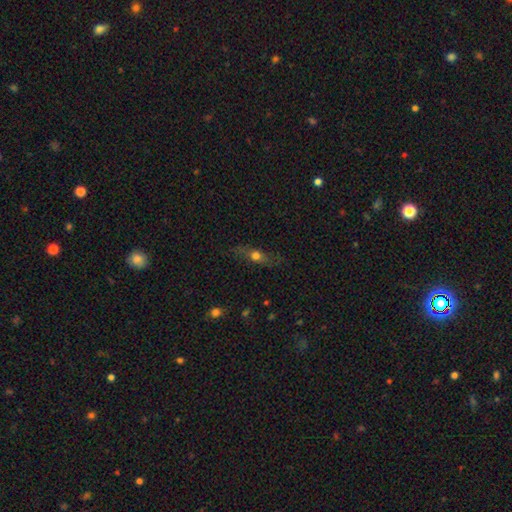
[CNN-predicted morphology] type=smooth (51%); roundness=cigar-shaped (52%); merging=none (76%).